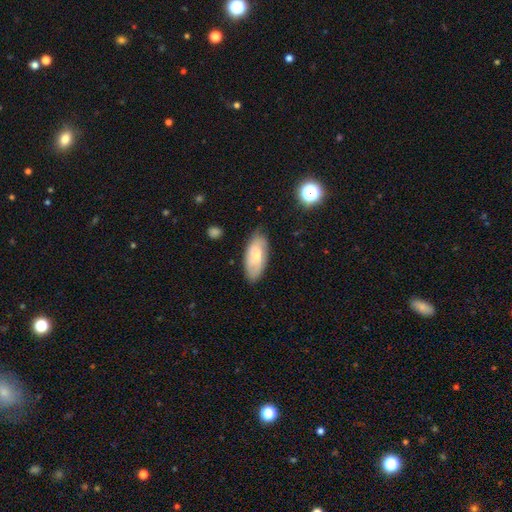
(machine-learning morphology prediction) smooth-or-featured: smooth: 60% | featured or disk: 34% | star or artifact: 7%
  how-rounded: in between: 88% | cigar-shaped: 9% | round: 2%
  merging: none: 76% | minor disturbance: 19% | major disturbance: 4% | merger: 2%